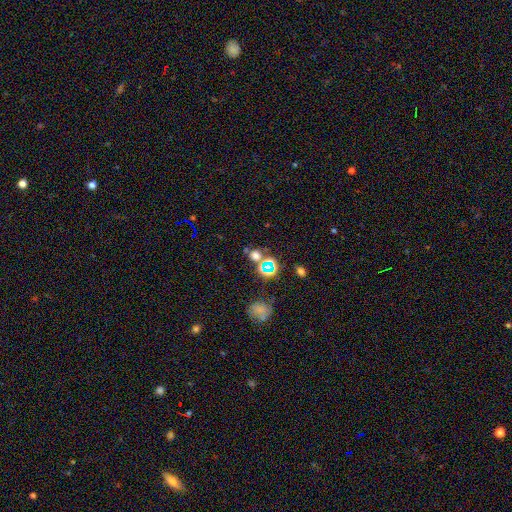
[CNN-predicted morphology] This is possibly a smooth galaxy (50%). How rounded: clearly round (82%). Merging: likely none (62%).